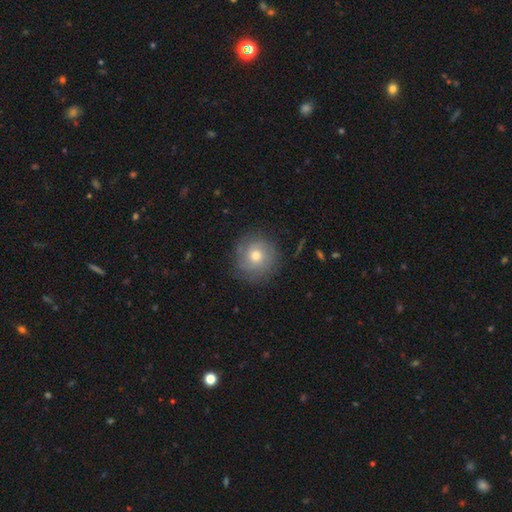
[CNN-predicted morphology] Overall: smooth (46%; featured or disk 43%). Merging: none (81%).